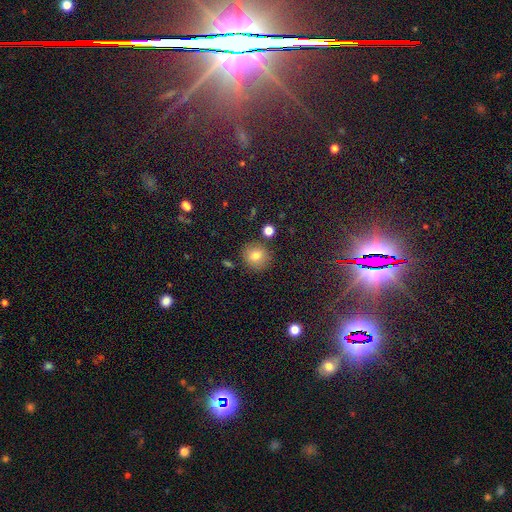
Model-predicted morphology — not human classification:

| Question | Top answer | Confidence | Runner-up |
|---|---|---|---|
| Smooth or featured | smooth | 77% | star or artifact (13%) |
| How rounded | round | 90% | in between (9%) |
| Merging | none | 84% | minor disturbance (9%) |